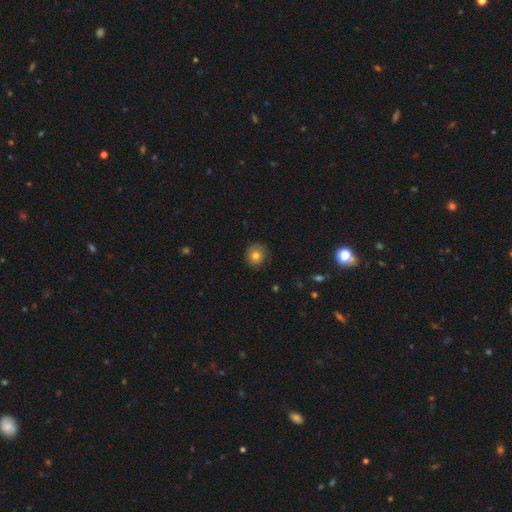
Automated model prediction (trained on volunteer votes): Smooth or featured? smooth (74%)
How rounded? round (84%)
Merging? none (81%)